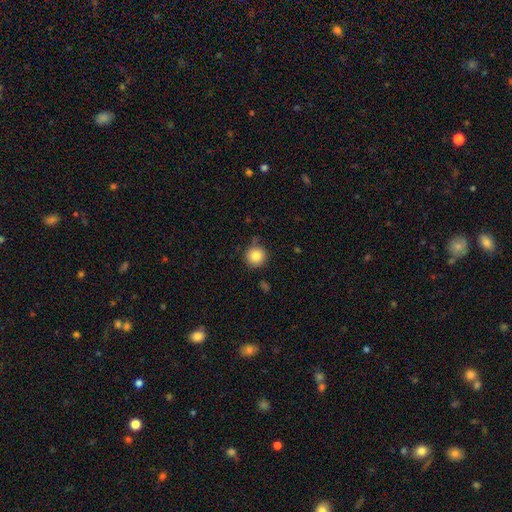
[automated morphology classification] smooth 85%, star or artifact 10%, featured or disk 5%. Down the decision tree: how rounded — round (94%); merging — none (83%).